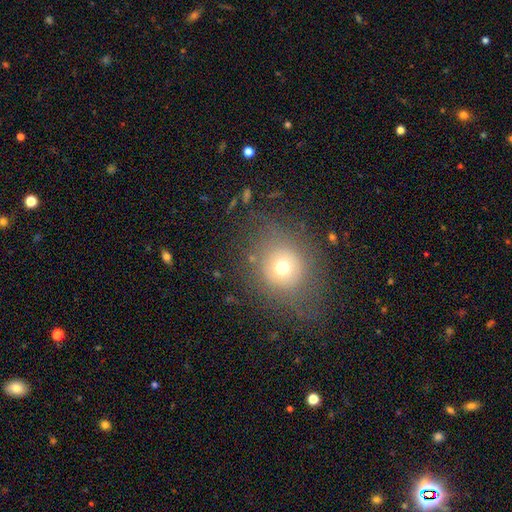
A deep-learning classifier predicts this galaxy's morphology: smooth 62%, featured or disk 19%, star or artifact 19%. Down the decision tree: how rounded — round (73%); merging — none (70%).